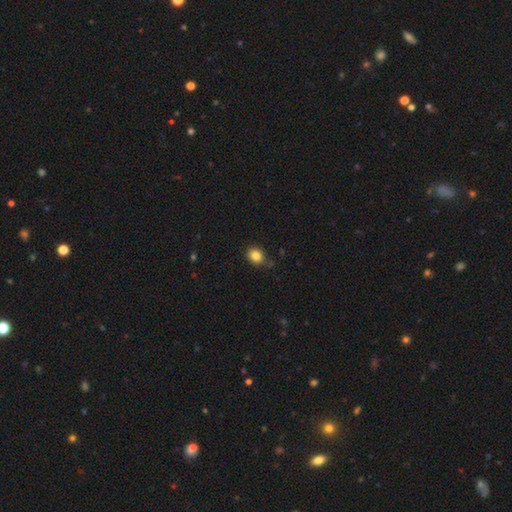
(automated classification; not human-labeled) This appears to be a smooth galaxy with no disk features (84%) that is round (56%). Merging: none (81%).